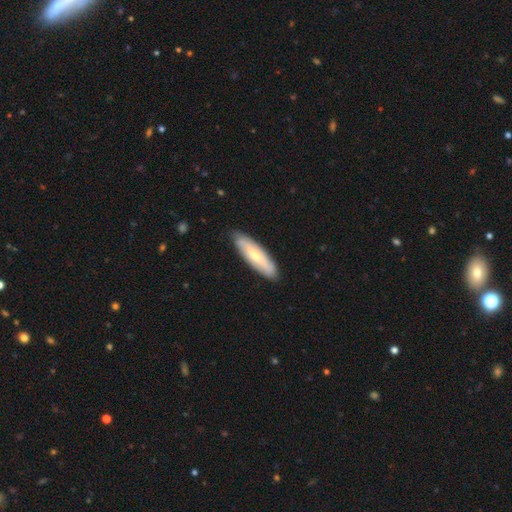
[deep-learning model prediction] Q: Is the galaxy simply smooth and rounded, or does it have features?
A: smooth — 49%.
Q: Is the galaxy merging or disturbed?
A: none — 84%.